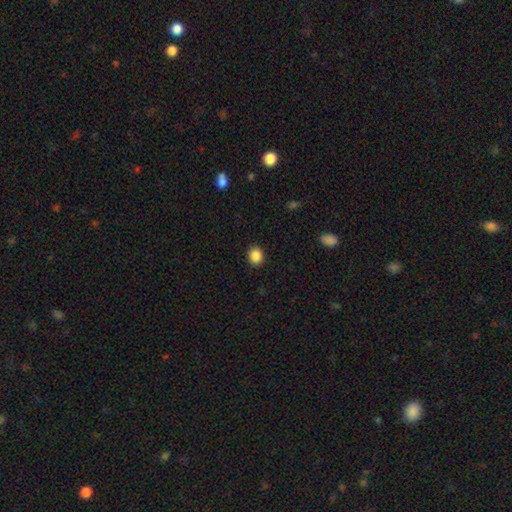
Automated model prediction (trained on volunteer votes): Morphology: type=smooth (87%); roundness=round (78%); merging=none (91%).